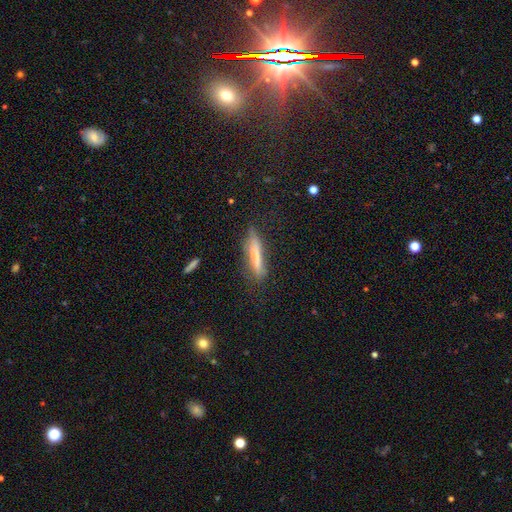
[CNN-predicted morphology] smooth-or-featured: smooth: 66% | featured or disk: 25% | star or artifact: 9%
  how-rounded: cigar-shaped: 86% | in between: 12% | round: 2%
  merging: none: 66% | minor disturbance: 22% | major disturbance: 9% | merger: 3%